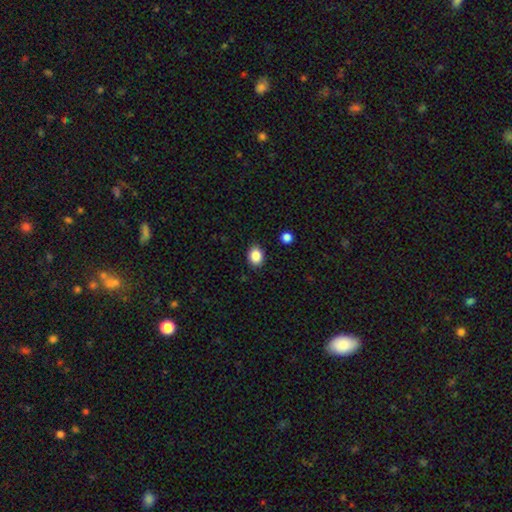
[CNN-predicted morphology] Q: Smooth or featured?
A: smooth (87%); runner-up: star or artifact (9%)
Q: How rounded?
A: in between (50%); runner-up: round (49%)
Q: Merging?
A: none (86%); runner-up: minor disturbance (9%)